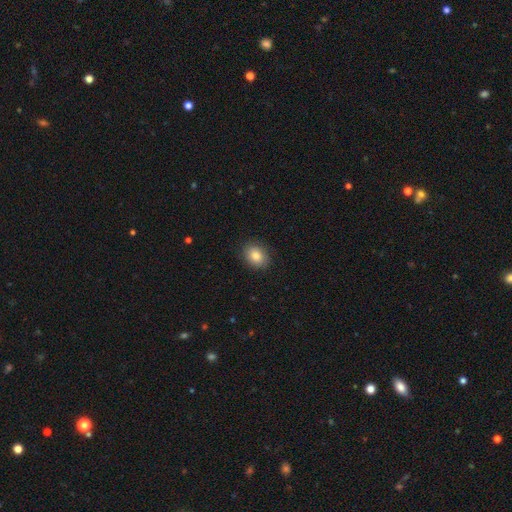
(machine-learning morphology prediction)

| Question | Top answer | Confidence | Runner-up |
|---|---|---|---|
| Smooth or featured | smooth | 82% | featured or disk (10%) |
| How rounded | in between | 53% | round (46%) |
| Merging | none | 84% | minor disturbance (12%) |